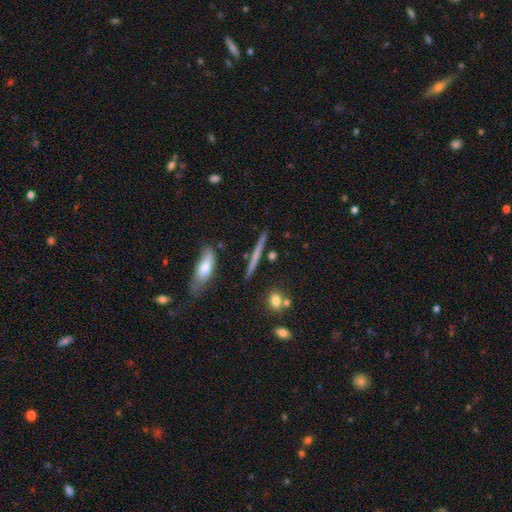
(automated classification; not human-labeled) The model was most divided on "smooth or featured" (2-way tie): smooth: 45%, featured or disk: 45%, star or artifact: 10%. More confident: merging — none (85%).